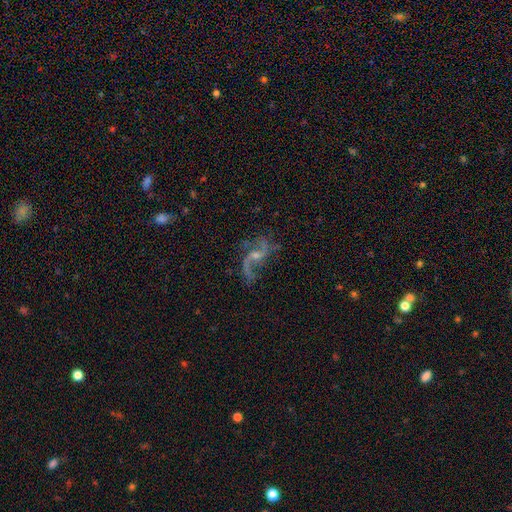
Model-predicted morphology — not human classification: Smooth or featured: featured or disk — 88% (star or artifact — 7%)
Edge-on disk: no — 97% (yes — 3%)
Bar: no — 50% (weak — 39%)
Spiral arms: yes — 96% (no — 4%)
Spiral winding: loose — 82% (medium — 15%)
Spiral arm count: 2 — 88% (1 — 4%)
Bulge size: small — 56% (moderate — 33%)
Merging: none — 64% (minor disturbance — 17%)